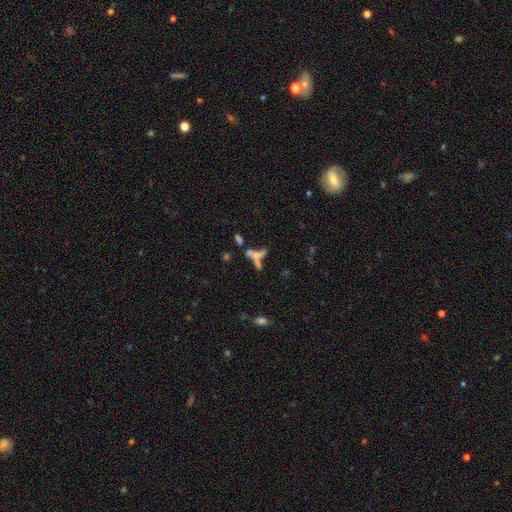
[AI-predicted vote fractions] Overall: smooth (45%; featured or disk 37%). Merging: merger (46%; none 33%).